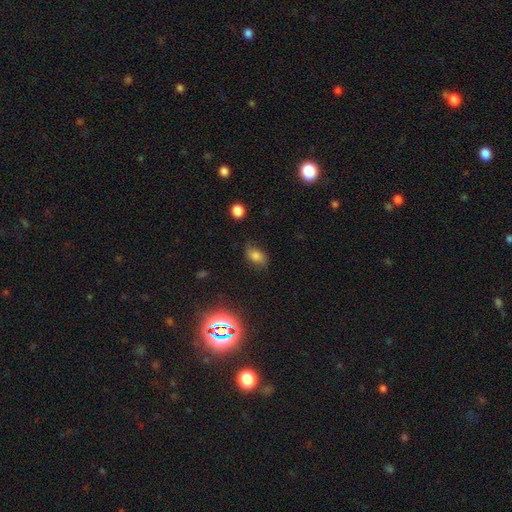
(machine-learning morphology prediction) Q: Smooth or featured?
A: smooth (60%); runner-up: featured or disk (23%)
Q: How rounded?
A: in between (85%); runner-up: round (13%)
Q: Merging?
A: none (68%); runner-up: minor disturbance (23%)